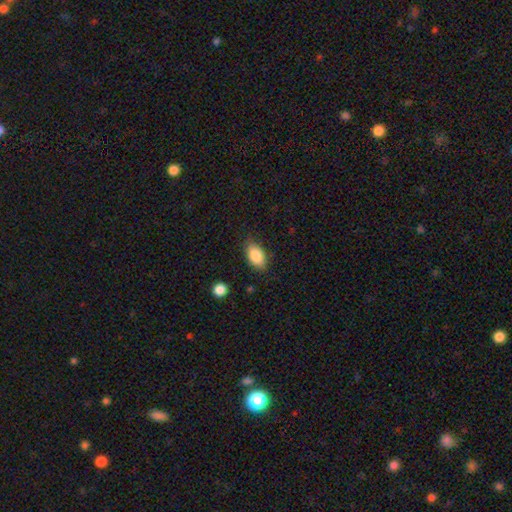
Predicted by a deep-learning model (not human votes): Overall: smooth (86%). How rounded: in between (92%). Merging: none (81%).